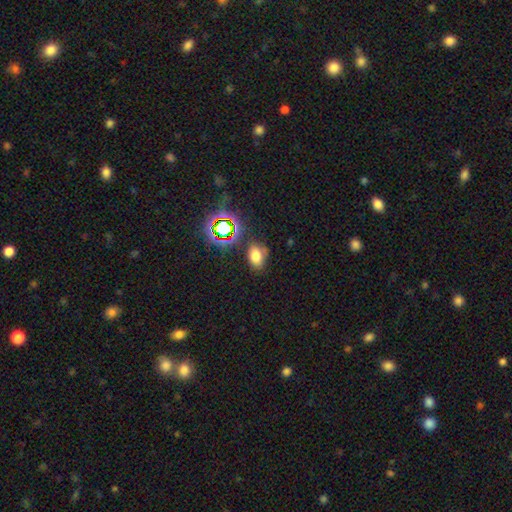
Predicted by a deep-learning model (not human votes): Morphology: type=smooth (70%); roundness=in between (81%); merging=none (71%).